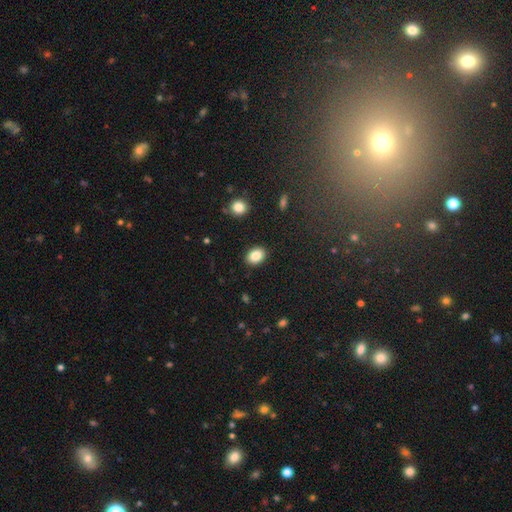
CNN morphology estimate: smooth_or_featured: smooth (p=0.86) [alt: star or artifact p=0.08]
how_rounded: in between (p=0.73) [alt: round p=0.25]
merging: none (p=0.89) [alt: minor disturbance p=0.08]